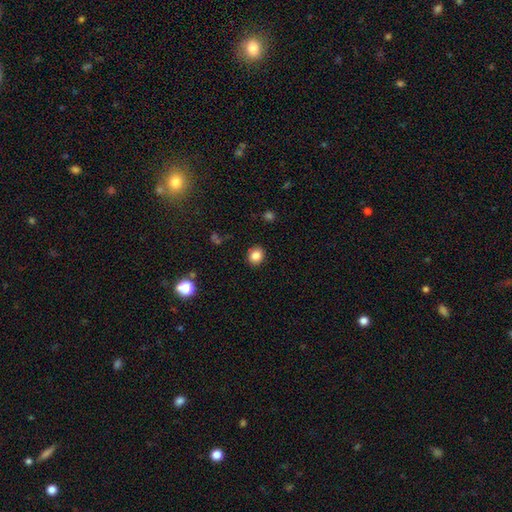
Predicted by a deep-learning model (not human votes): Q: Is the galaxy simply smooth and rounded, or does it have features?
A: smooth — 84%.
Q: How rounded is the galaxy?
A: round — 75%.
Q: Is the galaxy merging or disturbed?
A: none — 90%.